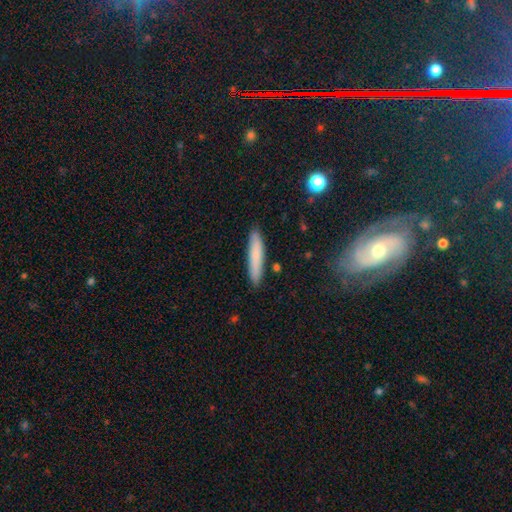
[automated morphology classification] Smooth or featured: smooth — 77% (featured or disk — 17%)
How rounded: cigar-shaped — 90% (in between — 9%)
Merging: none — 88% (minor disturbance — 9%)